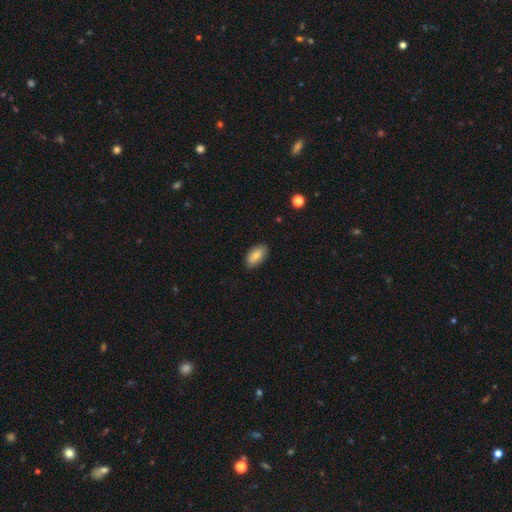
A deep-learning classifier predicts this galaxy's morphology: Smooth or featured? Predicted: smooth (p=0.79). How rounded? Predicted: in between (p=0.93). Merging? Predicted: none (p=0.85).